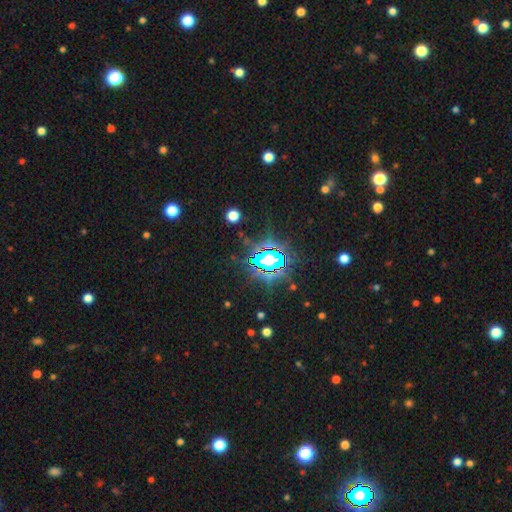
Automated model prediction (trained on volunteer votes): Smooth or featured?
  - star or artifact: 81% *
  - smooth: 11%
  - featured or disk: 8%